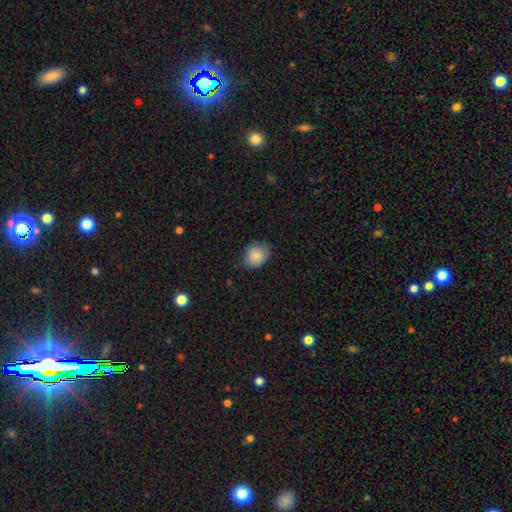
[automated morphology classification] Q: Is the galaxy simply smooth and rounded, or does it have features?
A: smooth — 87%.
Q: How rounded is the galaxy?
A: round — 54%.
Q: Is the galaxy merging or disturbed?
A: none — 74%.